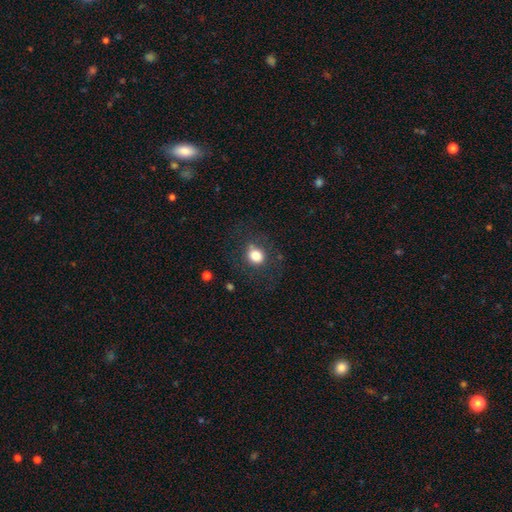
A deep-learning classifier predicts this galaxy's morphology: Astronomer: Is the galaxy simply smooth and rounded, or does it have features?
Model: smooth — 81%.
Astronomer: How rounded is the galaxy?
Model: round — 69%.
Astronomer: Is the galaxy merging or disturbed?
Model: none — 73%.